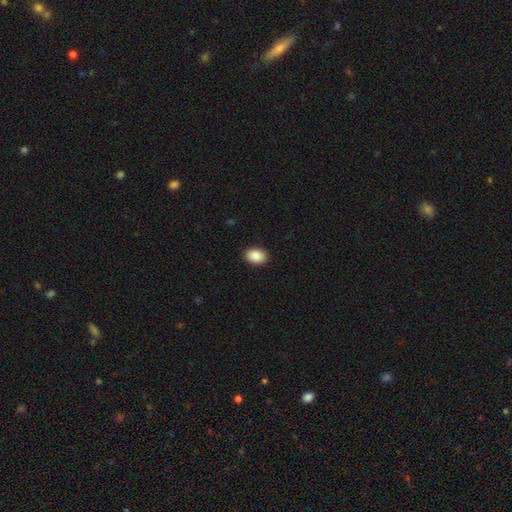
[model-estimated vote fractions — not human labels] Smooth or featured: smooth — 90% (star or artifact — 7%)
How rounded: in between — 82% (round — 17%)
Merging: none — 90% (minor disturbance — 7%)